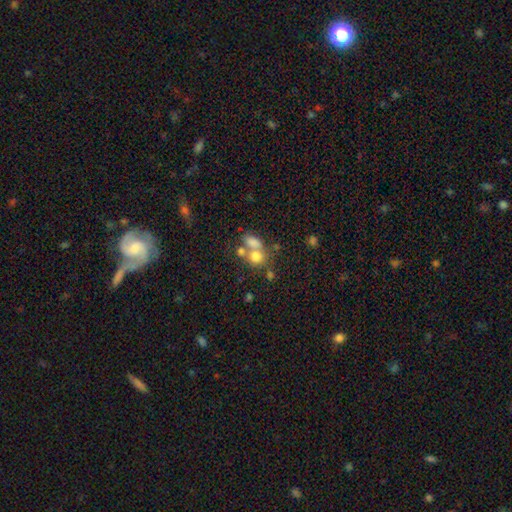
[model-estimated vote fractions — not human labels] Q: Smooth or featured?
A: smooth (71%); runner-up: featured or disk (16%)
Q: How rounded?
A: round (59%); runner-up: in between (39%)
Q: Merging?
A: merger (49%); runner-up: none (35%)